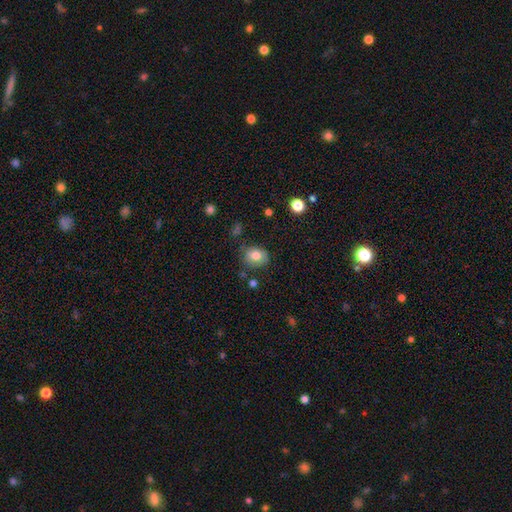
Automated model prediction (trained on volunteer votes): A smooth galaxy with no disk features (78%) that is round (58%). Merging: none (75%).